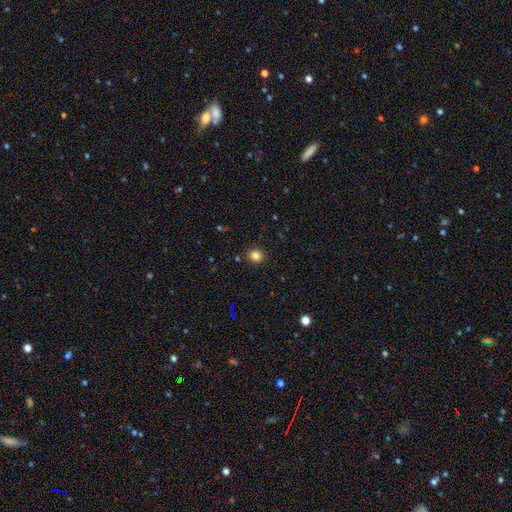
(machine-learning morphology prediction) smooth-or-featured: smooth: 83% | star or artifact: 12% | featured or disk: 5%
  how-rounded: round: 84% | in between: 15% | cigar-shaped: 1%
  merging: none: 90% | minor disturbance: 6% | merger: 2% | major disturbance: 2%